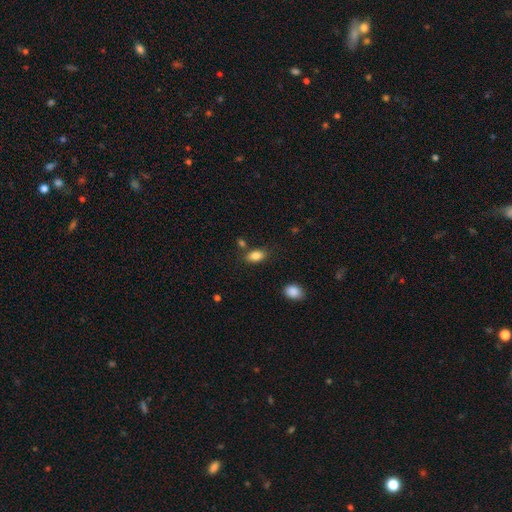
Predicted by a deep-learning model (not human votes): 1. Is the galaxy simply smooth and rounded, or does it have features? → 84% smooth, 8% star or artifact, 7% featured or disk.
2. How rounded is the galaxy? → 89% in between, 7% round, 3% cigar-shaped.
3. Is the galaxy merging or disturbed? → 76% none, 14% minor disturbance, 7% merger, 4% major disturbance.